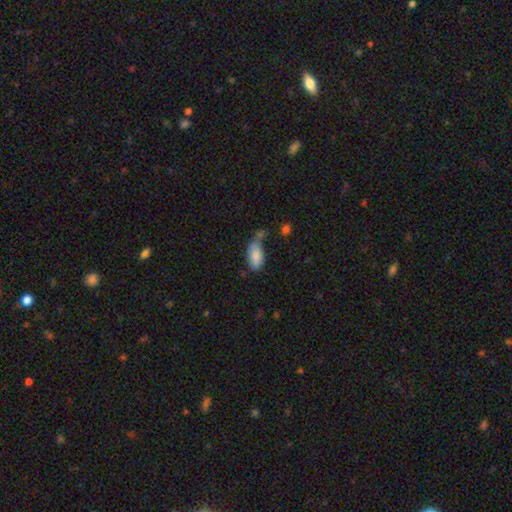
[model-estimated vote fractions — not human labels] Smooth or featured? Predicted: smooth (p=0.86). How rounded? Predicted: in between (p=0.92). Merging? Predicted: none (p=0.51).